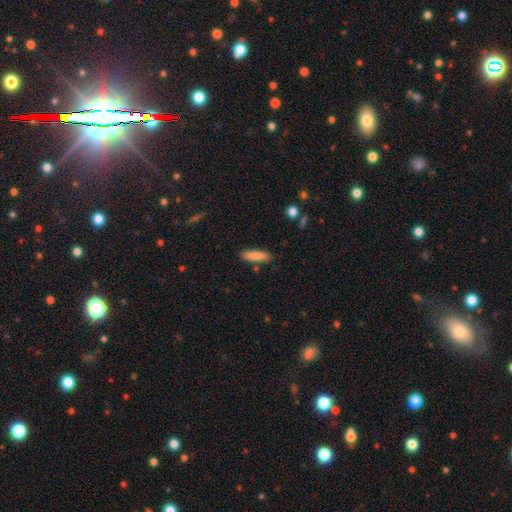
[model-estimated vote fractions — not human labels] This appears to be a smooth galaxy with no disk features (83%) that is cigar-shaped (63%). Merging: none (86%).